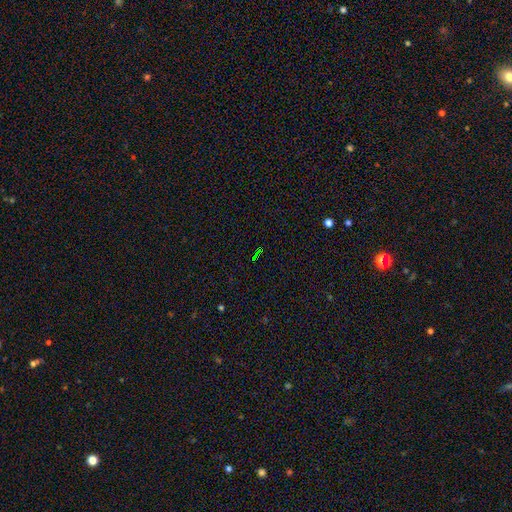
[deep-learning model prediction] Smooth or featured? star or artifact (76%)